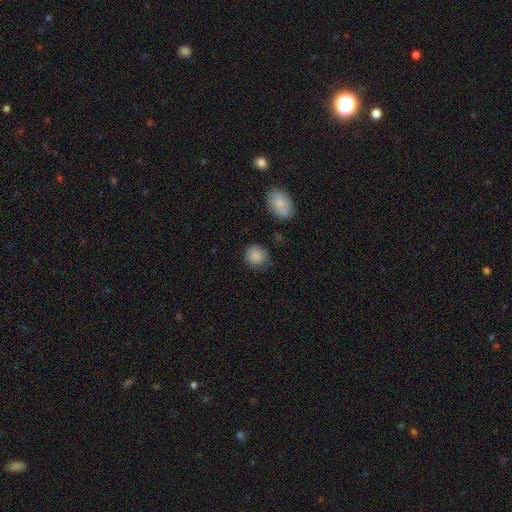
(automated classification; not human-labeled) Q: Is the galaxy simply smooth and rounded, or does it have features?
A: smooth — 87%.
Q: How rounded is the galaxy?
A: round — 84%.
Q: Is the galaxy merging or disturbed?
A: none — 75%.